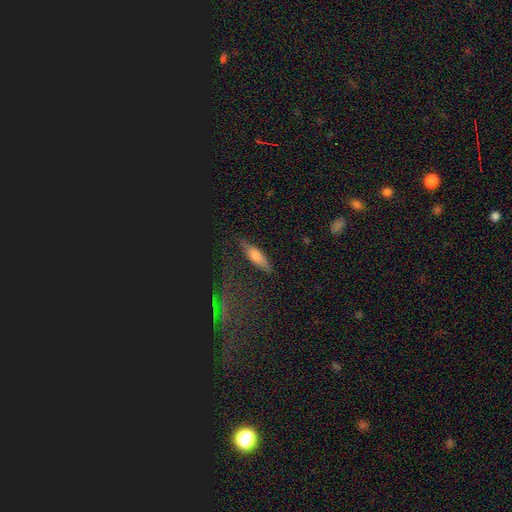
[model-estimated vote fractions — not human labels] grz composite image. It shows a smooth galaxy with no disk features (56%) that is cigar-shaped (62%). Merging: none (78%).